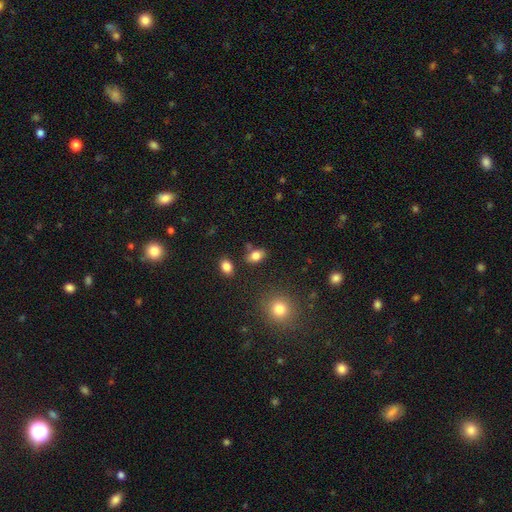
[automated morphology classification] This appears to be a smooth galaxy with no disk features (83%) that is in between round and cigar-shaped (86%). Merging: none (76%).